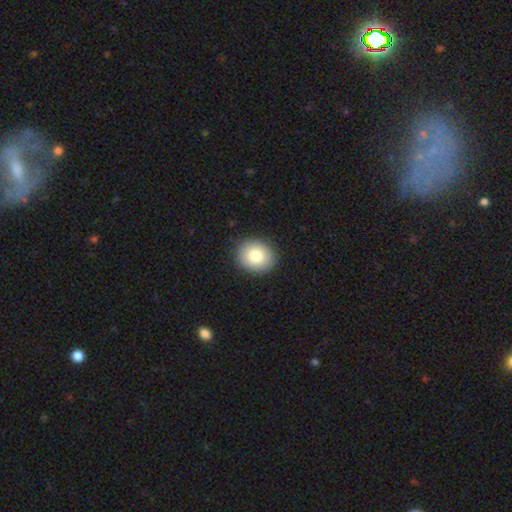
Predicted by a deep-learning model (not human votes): This is clearly a smooth galaxy (82%). How rounded: likely round (64%). Merging: clearly none (90%).